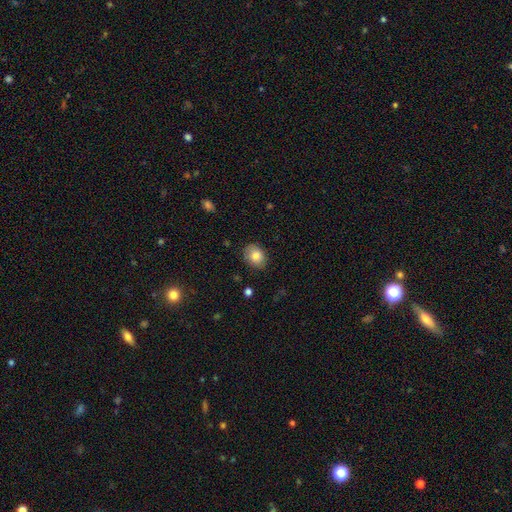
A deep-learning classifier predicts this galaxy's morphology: Smooth or featured? Predicted: smooth (p=0.82). How rounded? Predicted: in between (p=0.60). Merging? Predicted: none (p=0.81).